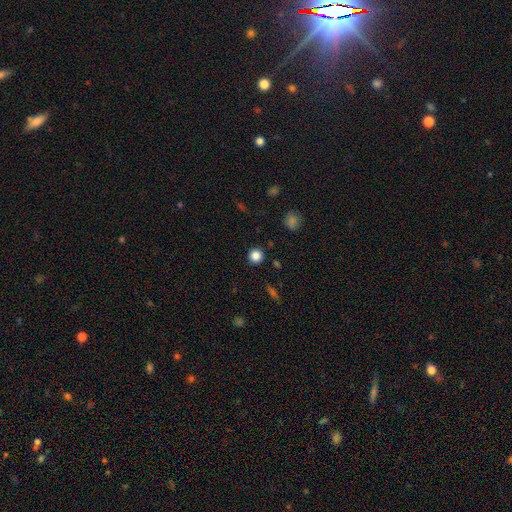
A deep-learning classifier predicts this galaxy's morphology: A smooth galaxy with no disk features (85%) that is round (94%).

Vote fractions:
- Smooth or featured? smooth: 85% / star or artifact: 11% / featured or disk: 4%
- How rounded? round: 94% / in between: 5% / cigar-shaped: 1%
- Merging? none: 91% / minor disturbance: 5% / major disturbance: 2% / merger: 2%